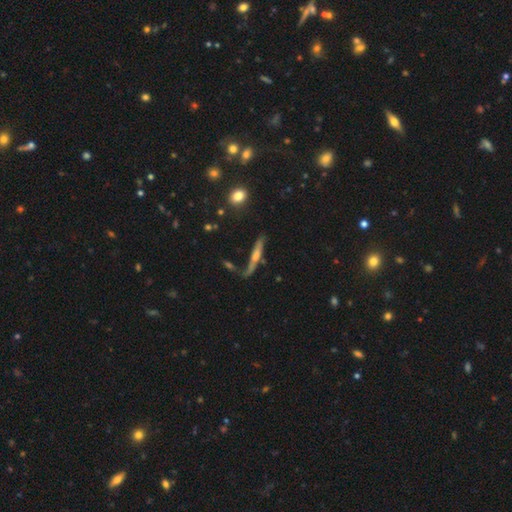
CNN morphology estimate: Smooth or featured: featured or disk — 62% (smooth — 29%)
Edge-on disk: yes — 85% (no — 15%)
Edge-on bulge: rounded — 70% (none — 20%)
Merging: none — 57% (minor disturbance — 21%)